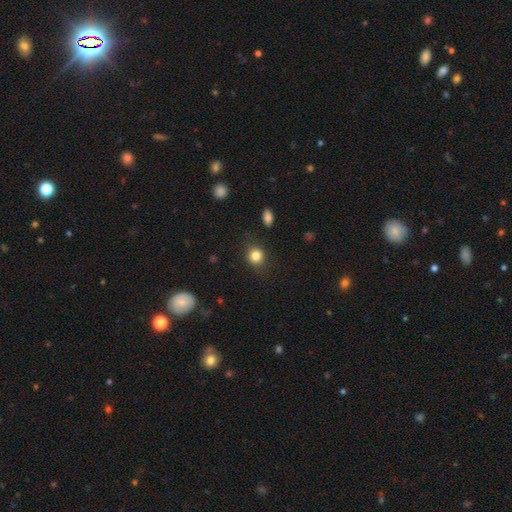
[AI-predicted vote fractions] Smooth or featured? Predicted: smooth (p=0.83). How rounded? Predicted: round (p=0.79). Merging? Predicted: none (p=0.84).